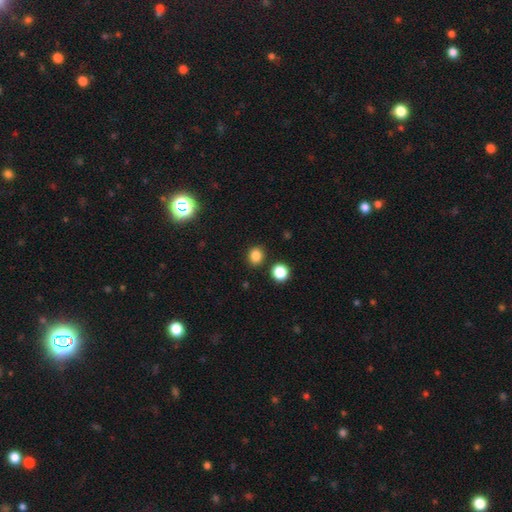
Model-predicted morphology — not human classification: type=smooth (83%); roundness=round (69%); merging=none (85%).